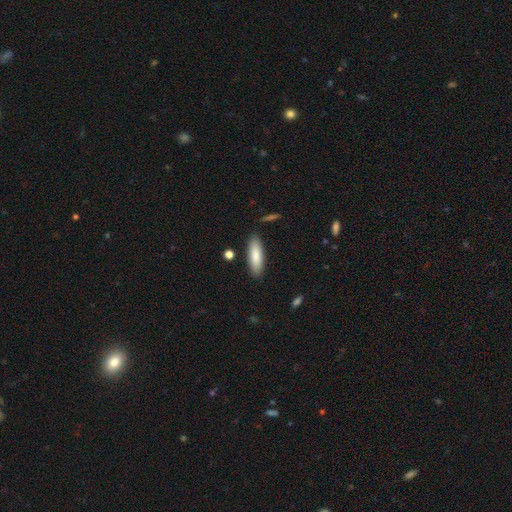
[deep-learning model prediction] Q: Smooth or featured?
A: smooth (84%); runner-up: featured or disk (10%)
Q: How rounded?
A: cigar-shaped (55%); runner-up: in between (44%)
Q: Merging?
A: none (87%); runner-up: minor disturbance (9%)